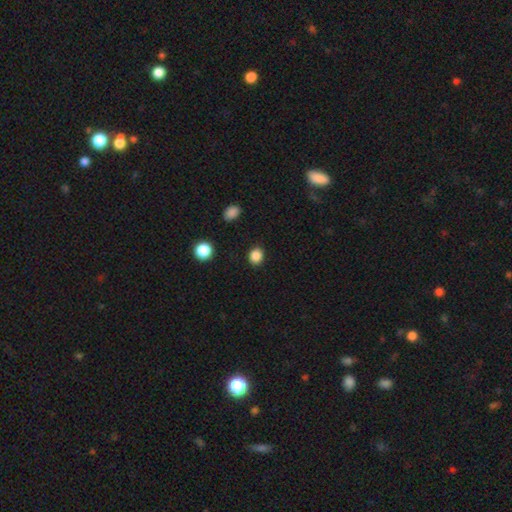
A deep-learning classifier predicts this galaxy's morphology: This appears to be a smooth galaxy with no disk features (86%) that is round (60%). Merging: none (89%).